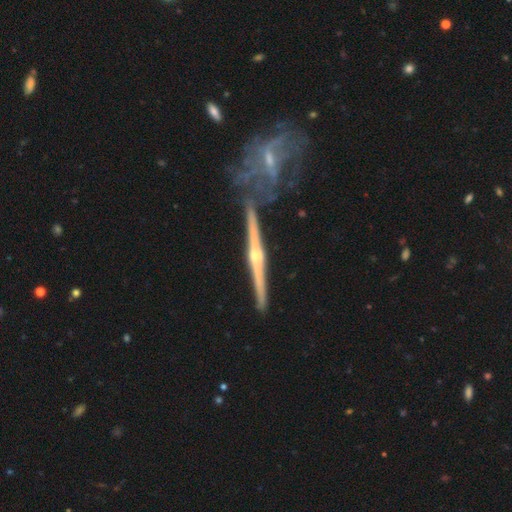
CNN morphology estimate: featured or disk 88%, smooth 8%, star or artifact 5%. Down the decision tree: edge-on disk — yes (98%); edge-on bulge — rounded (89%); merging — none (79%).